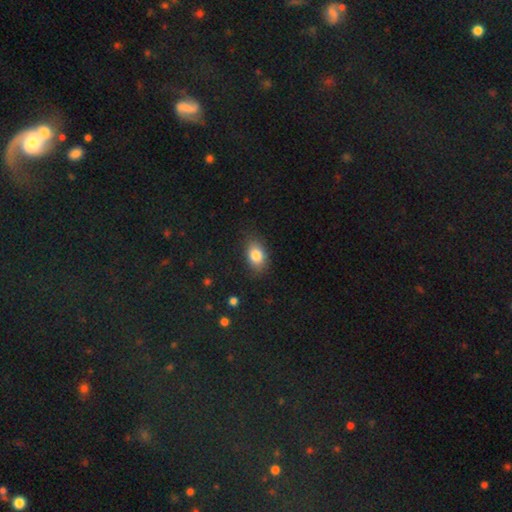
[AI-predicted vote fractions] Smooth or featured: smooth — 82% (featured or disk — 9%)
How rounded: in between — 81% (round — 17%)
Merging: none — 80% (minor disturbance — 15%)